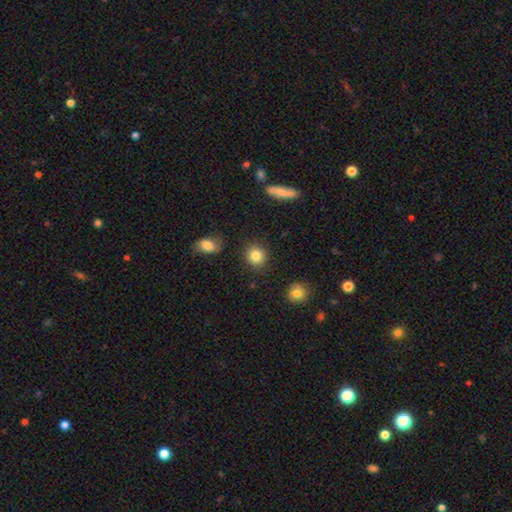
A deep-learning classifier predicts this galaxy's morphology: smooth_or_featured: smooth (p=0.84) [alt: star or artifact p=0.10]
how_rounded: round (p=0.85) [alt: in between p=0.14]
merging: none (p=0.88) [alt: minor disturbance p=0.08]